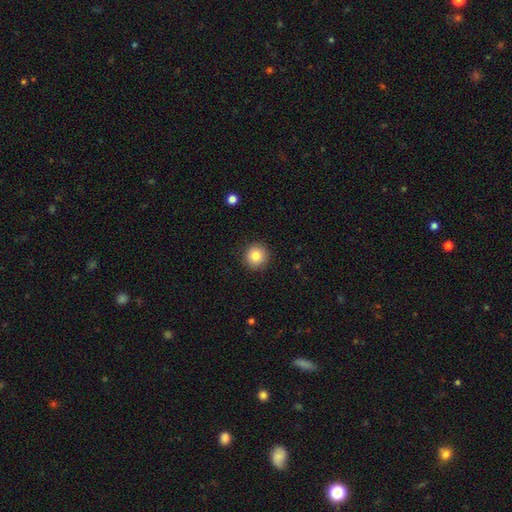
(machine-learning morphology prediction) Smooth or featured? Predicted: smooth (p=0.84). How rounded? Predicted: round (p=0.94). Merging? Predicted: none (p=0.91).